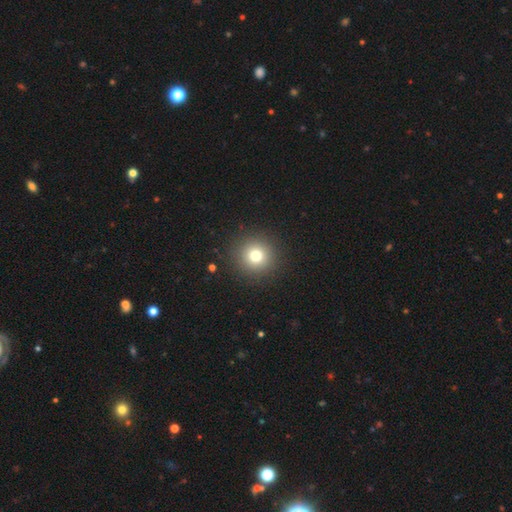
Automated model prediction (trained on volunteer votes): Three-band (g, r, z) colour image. It shows a smooth galaxy with no disk features (76%) that is round (95%). Merging: none (91%).